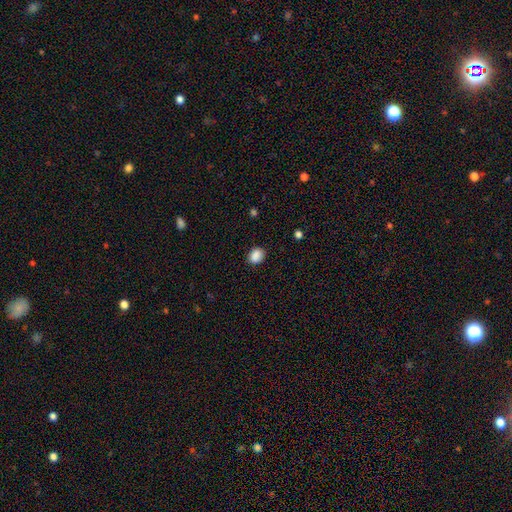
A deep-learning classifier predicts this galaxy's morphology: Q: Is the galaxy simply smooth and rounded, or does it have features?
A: smooth — 88%.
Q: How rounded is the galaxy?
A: in between — 60%.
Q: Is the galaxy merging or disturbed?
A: none — 85%.